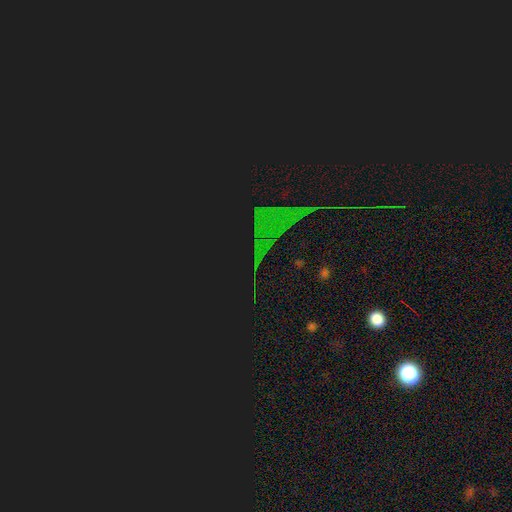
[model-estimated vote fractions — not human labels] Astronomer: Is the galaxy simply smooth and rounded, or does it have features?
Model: star or artifact — 81%.